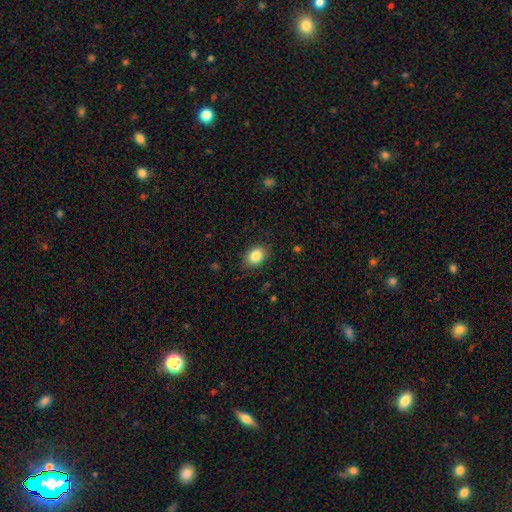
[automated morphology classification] smooth 85%, star or artifact 9%, featured or disk 7%. Down the decision tree: how rounded — in between (69%); merging — none (85%).